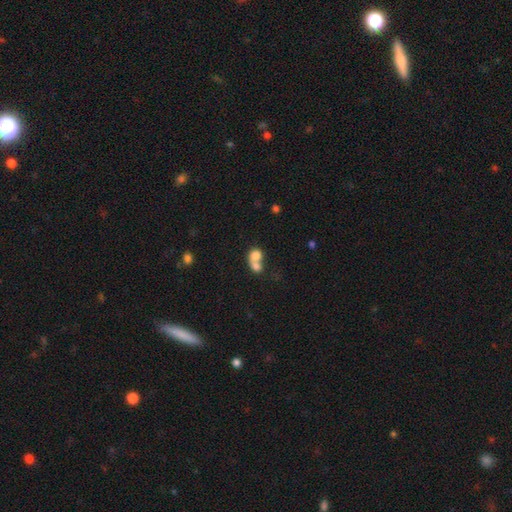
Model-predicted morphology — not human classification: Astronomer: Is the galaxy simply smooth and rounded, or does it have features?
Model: smooth — 74%.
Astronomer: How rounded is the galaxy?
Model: round — 60% (runner-up: in between, 39%).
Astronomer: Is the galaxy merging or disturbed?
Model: merger — 74%.